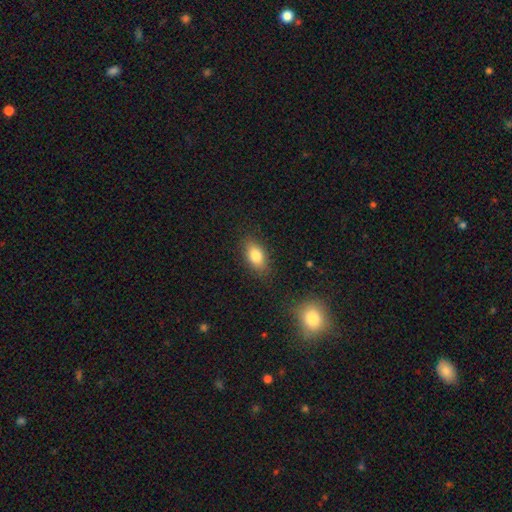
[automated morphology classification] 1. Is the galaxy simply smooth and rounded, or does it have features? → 81% smooth, 11% featured or disk, 8% star or artifact.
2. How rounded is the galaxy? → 87% in between, 8% round, 5% cigar-shaped.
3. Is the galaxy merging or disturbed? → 85% none, 11% minor disturbance, 3% major disturbance, 1% merger.